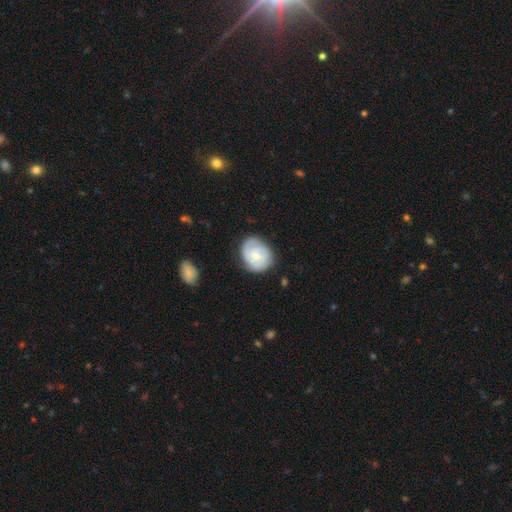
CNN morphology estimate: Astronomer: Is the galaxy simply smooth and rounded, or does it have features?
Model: featured or disk — 63%.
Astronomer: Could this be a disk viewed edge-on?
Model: no — 98%.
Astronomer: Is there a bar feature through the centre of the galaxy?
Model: no — 58% (runner-up: weak, 37%).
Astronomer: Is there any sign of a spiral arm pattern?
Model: yes — 88%.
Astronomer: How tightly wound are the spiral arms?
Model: tight — 59%.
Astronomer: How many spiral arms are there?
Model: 2 — 47% (runner-up: can't tell, 26%).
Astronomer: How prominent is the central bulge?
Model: small — 50% (runner-up: moderate, 44%).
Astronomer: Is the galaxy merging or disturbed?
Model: none — 72%.